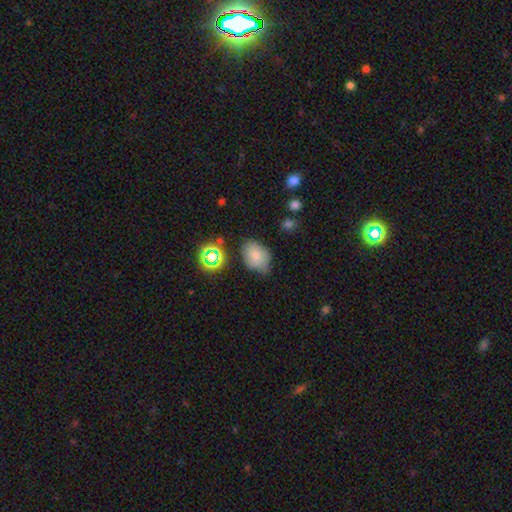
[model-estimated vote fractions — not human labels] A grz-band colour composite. It shows a smooth galaxy with no disk features (73%) that is in between round and cigar-shaped (68%). Merging: none (58%).